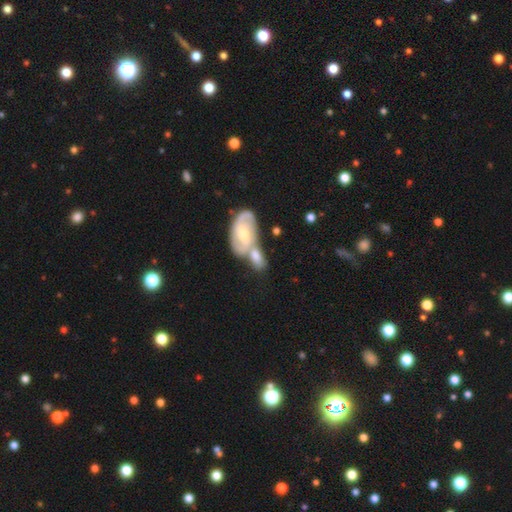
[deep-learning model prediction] A featured or disk galaxy (47%, tied with smooth).

Vote fractions:
- Smooth or featured? featured or disk: 47% (tied) / smooth: 47% (tied) / star or artifact: 6%
- Merging? merger: 61% / none: 25% / minor disturbance: 10% / major disturbance: 4%